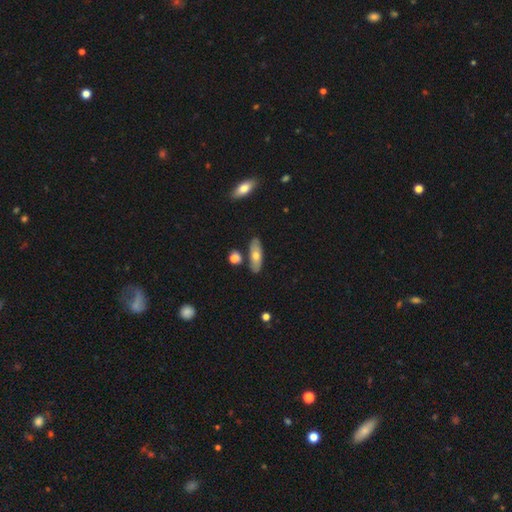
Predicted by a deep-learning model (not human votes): Morphology: type=smooth (63%); roundness=in between (66%); merging=none (79%).